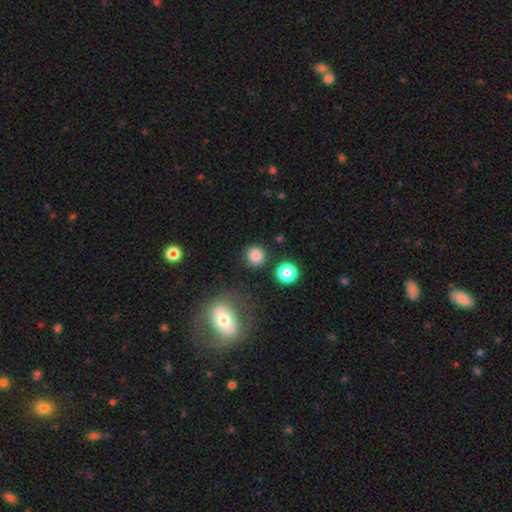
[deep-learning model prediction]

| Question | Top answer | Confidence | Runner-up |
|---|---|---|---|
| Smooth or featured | smooth | 84% | star or artifact (12%) |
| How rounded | round | 92% | in between (7%) |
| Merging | none | 87% | minor disturbance (7%) |